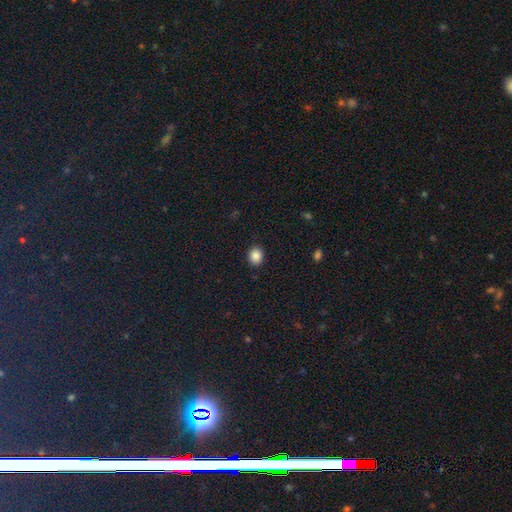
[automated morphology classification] Smooth or featured: smooth — 87% (star or artifact — 10%)
How rounded: round — 66% (in between — 33%)
Merging: none — 90% (minor disturbance — 7%)